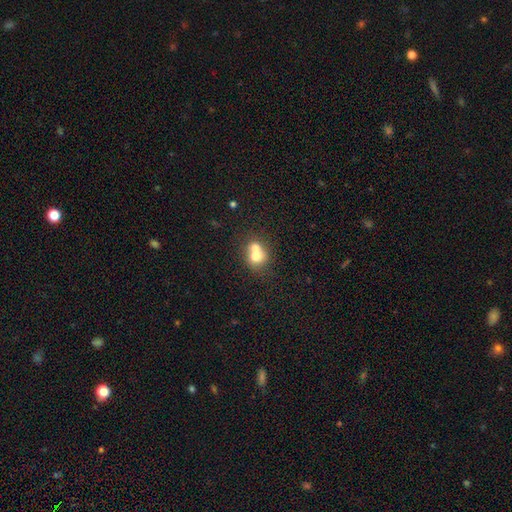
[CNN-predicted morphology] Smooth or featured? Predicted: smooth (p=0.70). How rounded? Predicted: round (p=0.71). Merging? Predicted: merger (p=0.66).